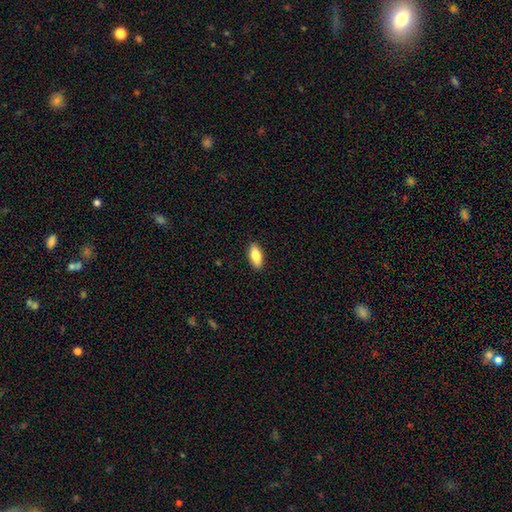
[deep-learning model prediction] A smooth galaxy with no disk features (78%) that is in between round and cigar-shaped (81%). Merging: none (90%).